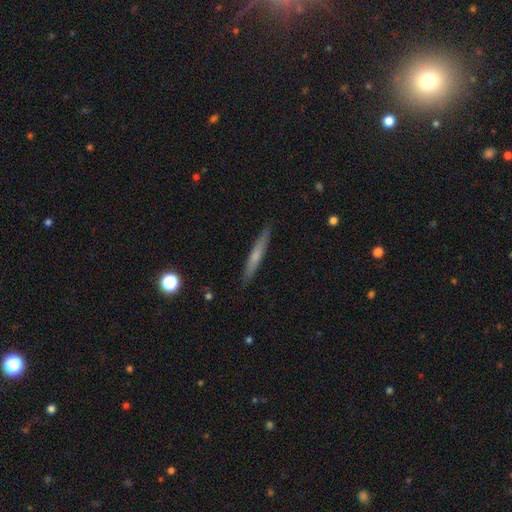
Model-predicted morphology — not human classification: smooth_or_featured: smooth (p=0.53) [alt: featured or disk p=0.41]
how_rounded: cigar-shaped (p=0.95) [alt: in between p=0.04]
merging: none (p=0.89) [alt: minor disturbance p=0.08]